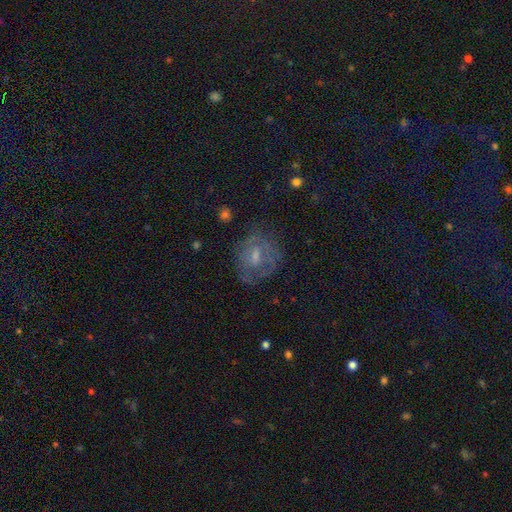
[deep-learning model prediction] The model was most divided on "smooth or featured": featured or disk: 50%, smooth: 35%, star or artifact: 15%. More confident: merging — none (62%).